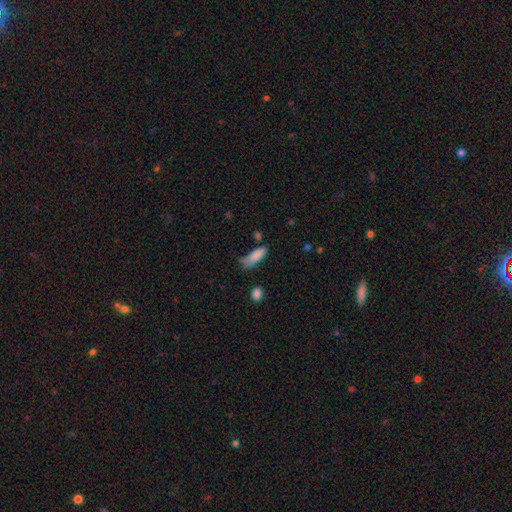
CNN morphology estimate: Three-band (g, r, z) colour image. It shows a smooth galaxy with no disk features (83%) that is in between round and cigar-shaped (60%). Merging: none (45%).